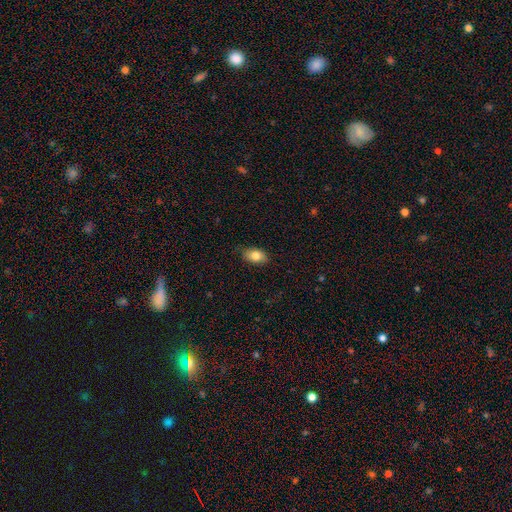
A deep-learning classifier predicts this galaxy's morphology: Overall: smooth (82%). How rounded: in between (88%). Merging: none (82%).